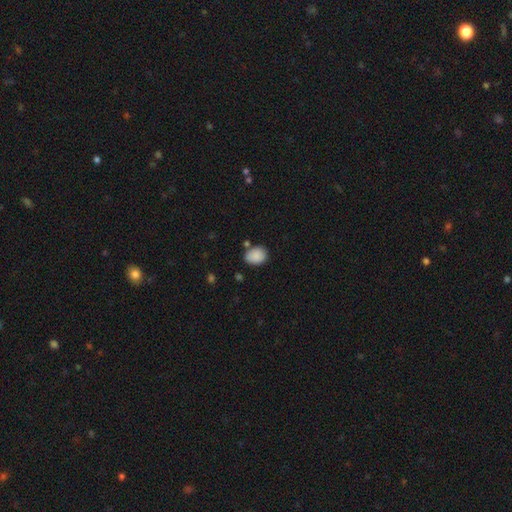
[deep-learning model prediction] Morphology: type=smooth (88%); roundness=in between (65%); merging=none (73%).